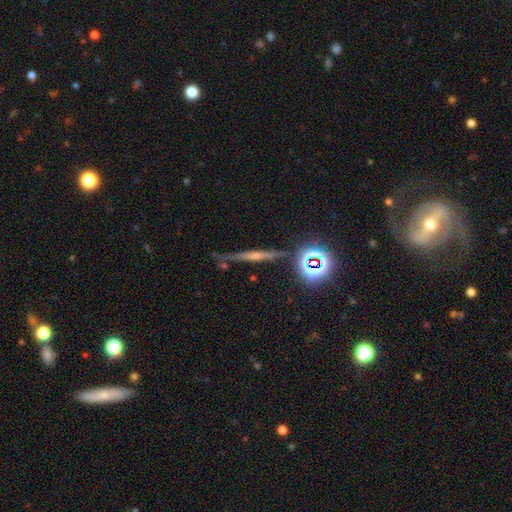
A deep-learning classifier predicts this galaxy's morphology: Q: Smooth or featured?
A: featured or disk (46%); runner-up: star or artifact (27%)
Q: Merging?
A: none (79%); runner-up: minor disturbance (13%)